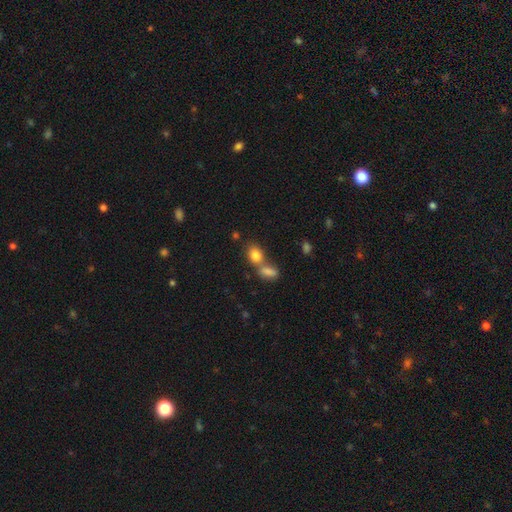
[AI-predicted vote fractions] Smooth or featured: smooth — 83% (star or artifact — 9%)
How rounded: in between — 72% (round — 26%)
Merging: merger — 48% (none — 39%)